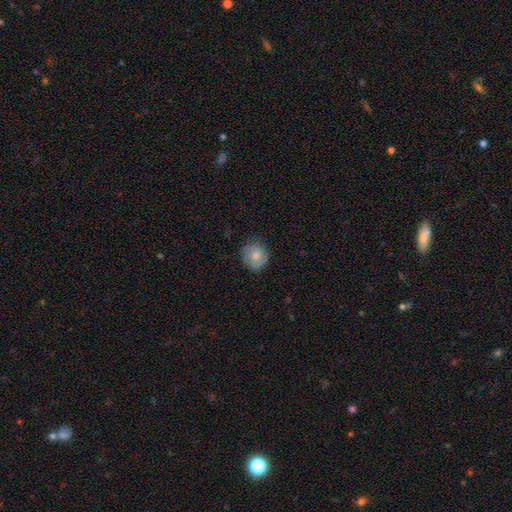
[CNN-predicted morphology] Smooth or featured: smooth — 64% (featured or disk — 29%)
How rounded: round — 84% (in between — 15%)
Merging: none — 75% (minor disturbance — 18%)